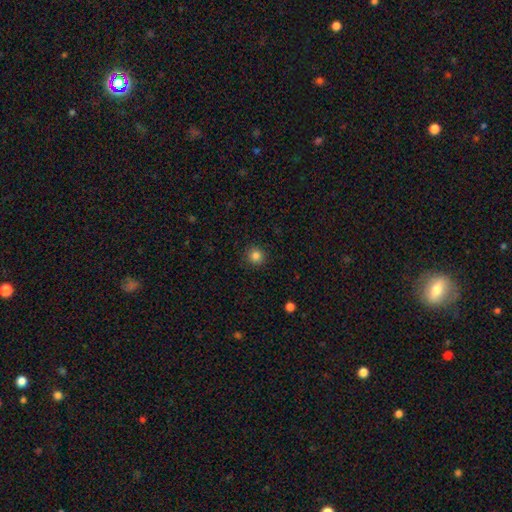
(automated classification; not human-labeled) Smooth or featured? smooth (84%)
How rounded? round (92%)
Merging? none (91%)